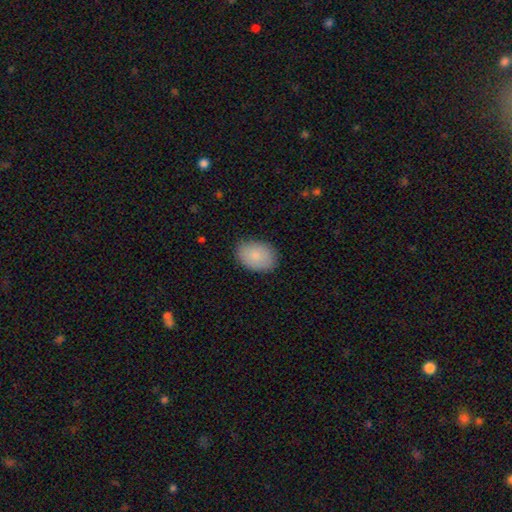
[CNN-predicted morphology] smooth 85%, featured or disk 8%, star or artifact 7%. Down the decision tree: how rounded — in between (78%); merging — none (85%).